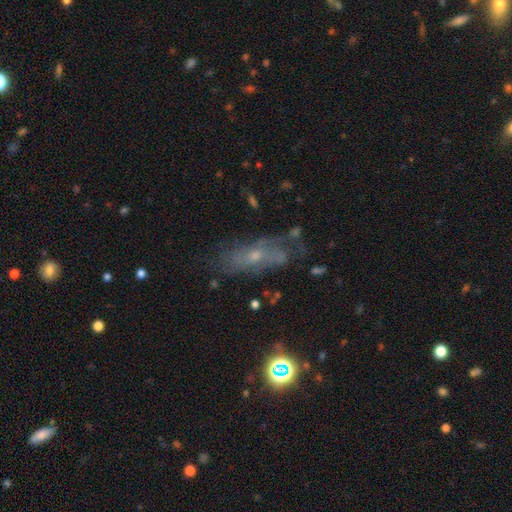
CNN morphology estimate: Overall: featured or disk (58%; smooth 27%). Edge-on disk: no (81%). Merging: none (60%; minor disturbance 23%).